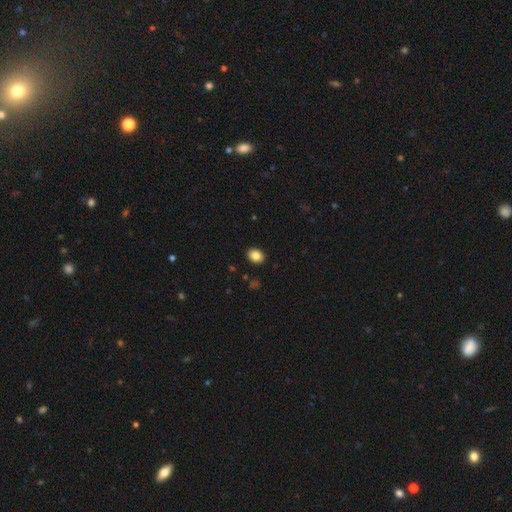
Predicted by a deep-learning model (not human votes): This is clearly a smooth galaxy (84%). How rounded: likely in between (62%). Merging: clearly none (91%).